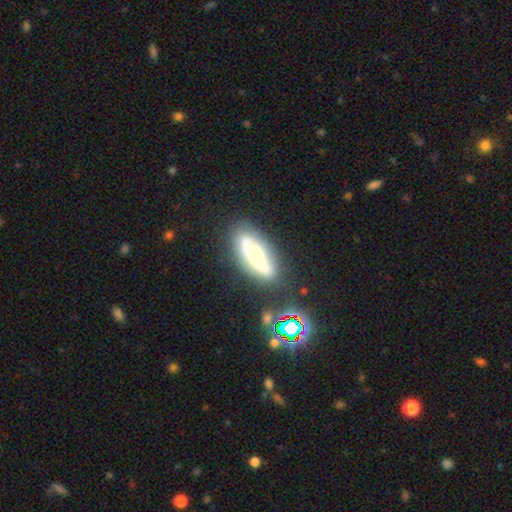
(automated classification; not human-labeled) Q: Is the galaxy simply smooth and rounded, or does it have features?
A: featured or disk — 53%.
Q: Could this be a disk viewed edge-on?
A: no — 73%.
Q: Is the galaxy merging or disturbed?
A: none — 64%.